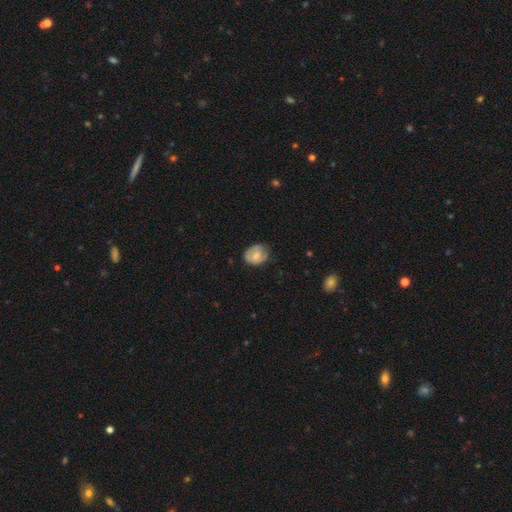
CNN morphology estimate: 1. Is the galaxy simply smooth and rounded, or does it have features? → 58% smooth, 34% featured or disk, 7% star or artifact.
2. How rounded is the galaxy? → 54% round, 45% in between, 1% cigar-shaped.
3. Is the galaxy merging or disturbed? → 59% none, 30% minor disturbance, 9% major disturbance, 1% merger.